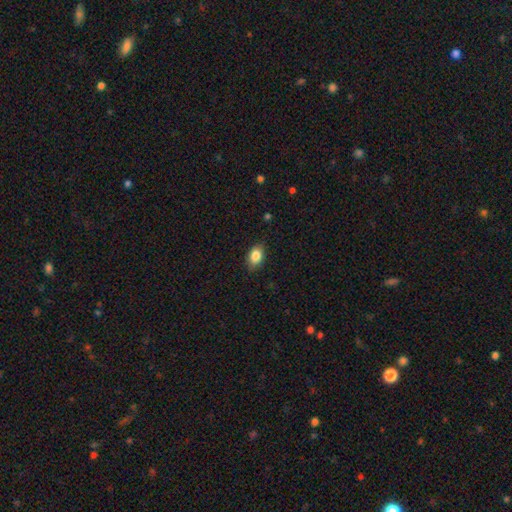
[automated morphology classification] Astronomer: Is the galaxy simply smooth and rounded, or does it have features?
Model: smooth — 85%.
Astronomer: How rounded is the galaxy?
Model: in between — 84%.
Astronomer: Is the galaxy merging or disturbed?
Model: none — 83%.